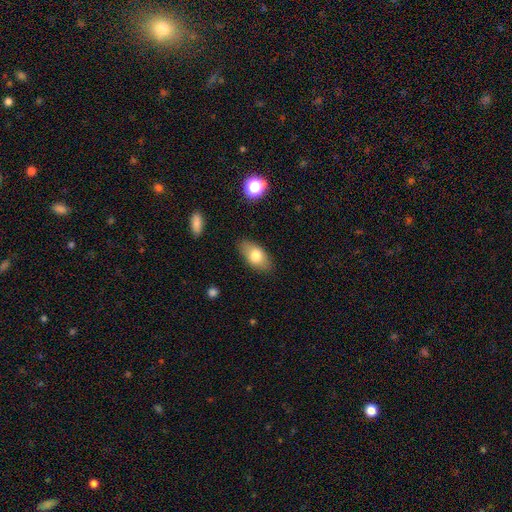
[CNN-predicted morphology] The model was most divided on "smooth or featured": smooth: 74%, featured or disk: 18%, star or artifact: 7%. More confident: how rounded — in between (91%); merging — none (85%).